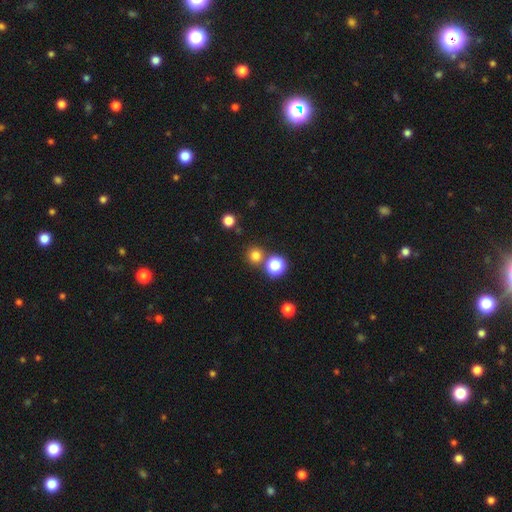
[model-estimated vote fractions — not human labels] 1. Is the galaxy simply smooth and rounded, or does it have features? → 76% smooth, 19% star or artifact, 6% featured or disk.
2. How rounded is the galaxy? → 93% round, 6% in between, 1% cigar-shaped.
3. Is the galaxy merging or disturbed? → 77% none, 14% merger, 6% minor disturbance, 3% major disturbance.